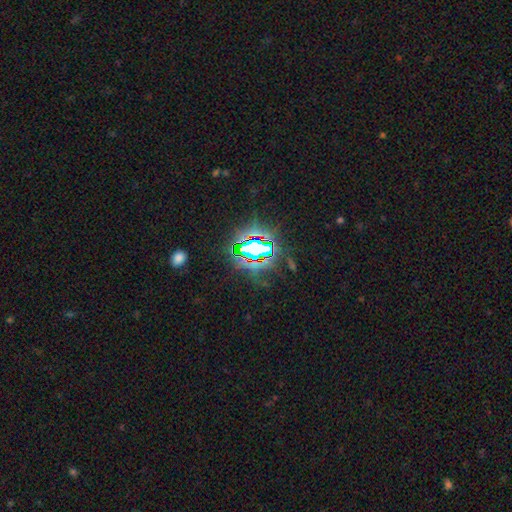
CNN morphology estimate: Smooth or featured: star or artifact — 82% (smooth — 11%)